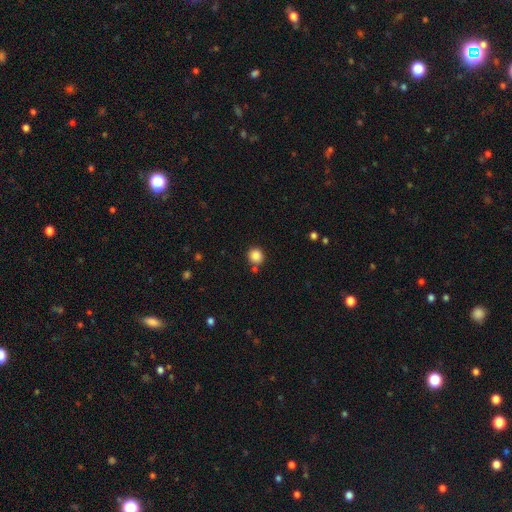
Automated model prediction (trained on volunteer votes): Q: Smooth or featured?
A: smooth (86%); runner-up: star or artifact (10%)
Q: How rounded?
A: round (88%); runner-up: in between (11%)
Q: Merging?
A: none (80%); runner-up: minor disturbance (10%)